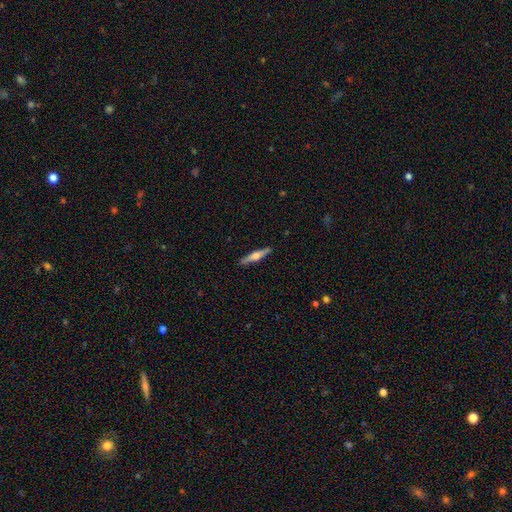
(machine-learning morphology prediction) smooth-or-featured: featured or disk: 52% | smooth: 42% | star or artifact: 6%
  disk-edge-on: yes: 95% | no: 5%
  merging: none: 87% | minor disturbance: 9% | major disturbance: 2% | merger: 2%